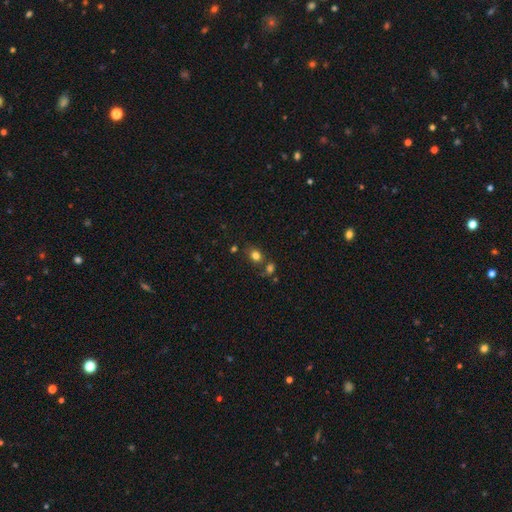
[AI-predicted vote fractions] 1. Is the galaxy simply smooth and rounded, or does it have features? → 78% smooth, 14% star or artifact, 8% featured or disk.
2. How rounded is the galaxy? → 59% round, 40% in between, 1% cigar-shaped.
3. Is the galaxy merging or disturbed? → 64% none, 18% merger, 13% minor disturbance, 5% major disturbance.